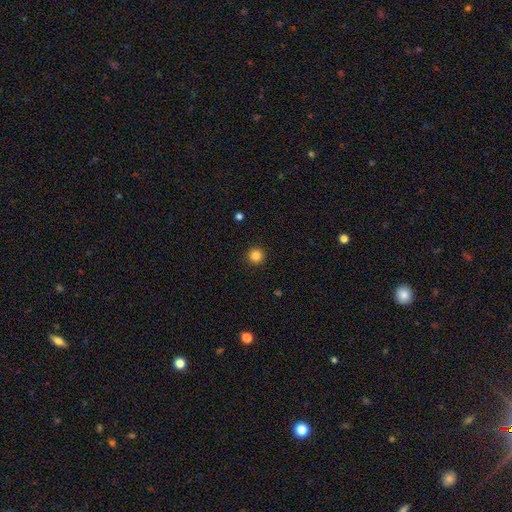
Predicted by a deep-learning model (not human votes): A smooth galaxy with no disk features (85%) that is round (96%). Merging: none (93%).